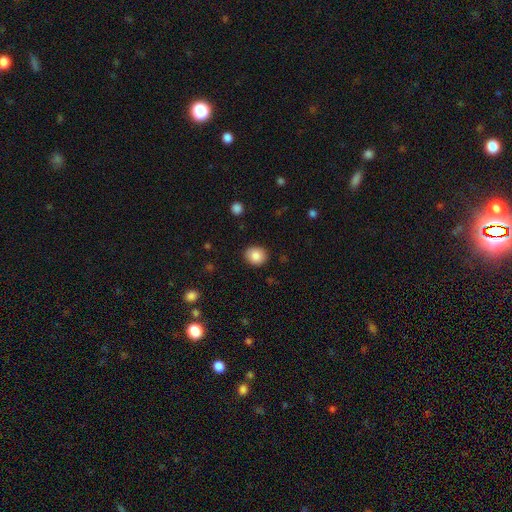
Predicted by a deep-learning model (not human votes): smooth-or-featured: smooth: 87% | star or artifact: 9% | featured or disk: 5%
  how-rounded: round: 73% | in between: 26% | cigar-shaped: 1%
  merging: none: 89% | minor disturbance: 8% | major disturbance: 2% | merger: 1%